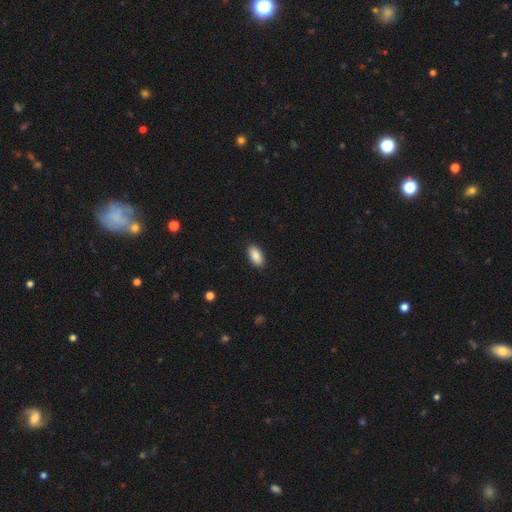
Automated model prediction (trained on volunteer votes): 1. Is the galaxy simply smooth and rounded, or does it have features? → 89% smooth, 7% star or artifact, 5% featured or disk.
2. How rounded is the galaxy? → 92% in between, 6% cigar-shaped, 2% round.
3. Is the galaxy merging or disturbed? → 90% none, 7% minor disturbance, 2% major disturbance, 1% merger.